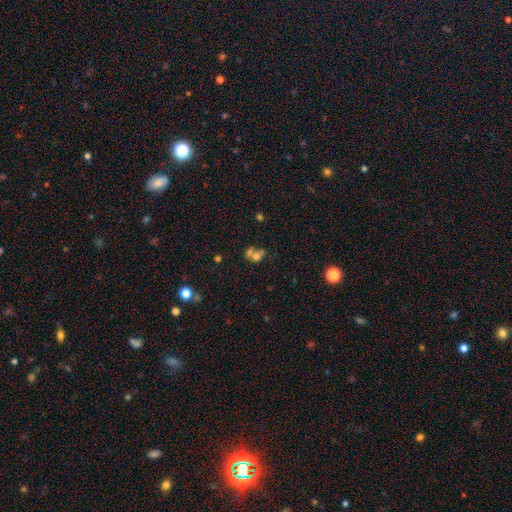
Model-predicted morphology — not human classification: Overall: smooth (62%; featured or disk 22%). How rounded: round (64%; in between 35%). Merging: merger (59%; none 27%).